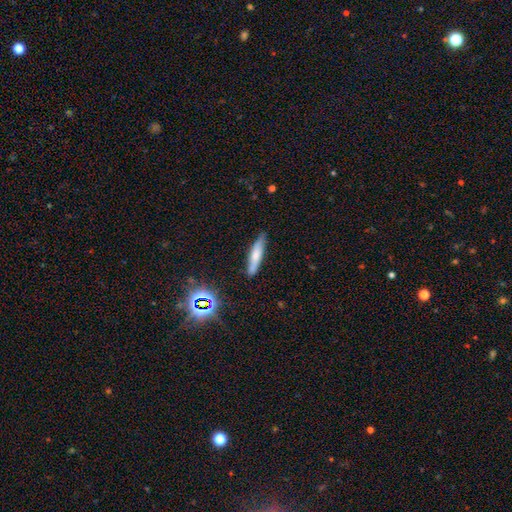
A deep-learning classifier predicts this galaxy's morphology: Overall: smooth (61%; featured or disk 30%). How rounded: cigar-shaped (84%). Merging: none (79%).